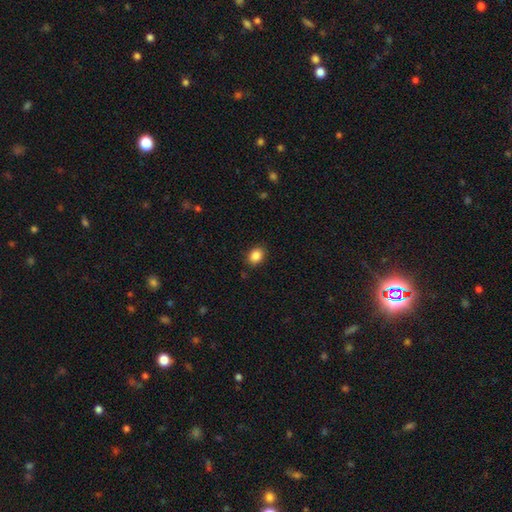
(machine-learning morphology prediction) A smooth galaxy with no disk features (87%) that is in between round and cigar-shaped (58%). Merging: none (88%).